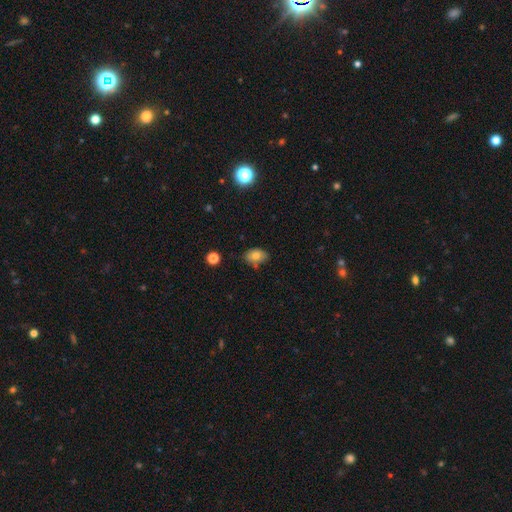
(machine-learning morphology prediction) A smooth galaxy with no disk features (78%) that is in between round and cigar-shaped (82%). Merging: none (73%).